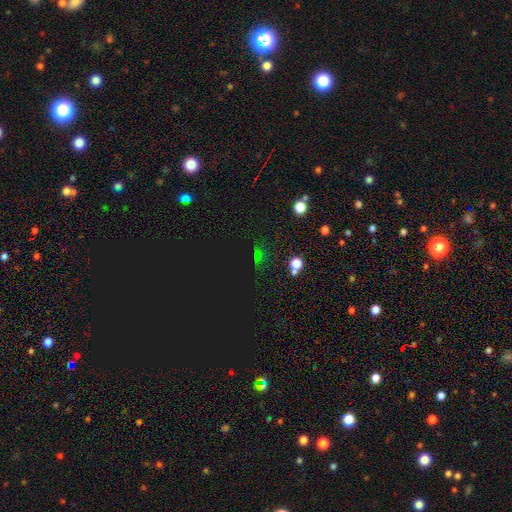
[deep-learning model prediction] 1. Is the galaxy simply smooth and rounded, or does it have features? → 64% star or artifact, 27% smooth, 9% featured or disk.